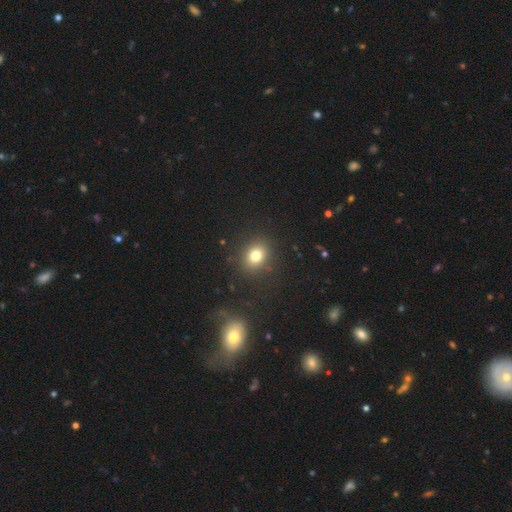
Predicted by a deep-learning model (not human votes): This appears to be a smooth galaxy with no disk features (78%) that is round (55%). Merging: none (86%).